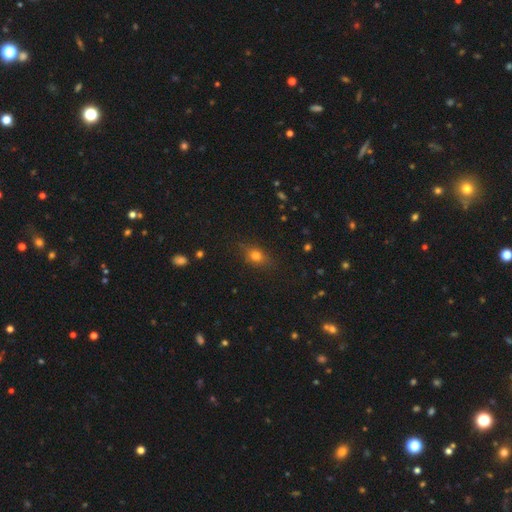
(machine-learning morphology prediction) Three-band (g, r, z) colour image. It shows a smooth galaxy with no disk features (76%) that is in between round and cigar-shaped (56%). Merging: none (78%).